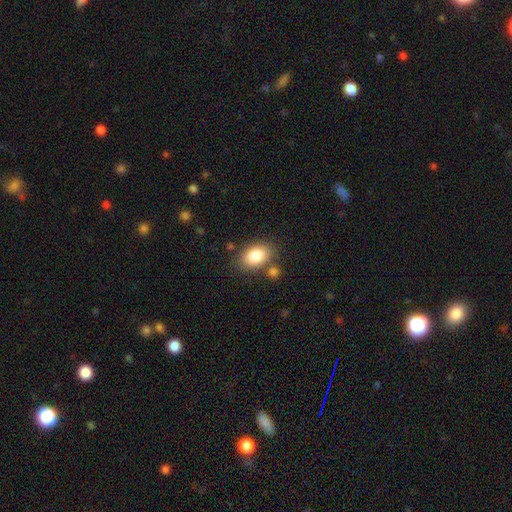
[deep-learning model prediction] Smooth or featured?
  - smooth: 85% *
  - featured or disk: 7%
  - star or artifact: 7%
How rounded?
  - in between: 86% *
  - round: 13%
  - cigar-shaped: 1%
Merging?
  - none: 75% *
  - minor disturbance: 13%
  - merger: 8%
  - major disturbance: 4%